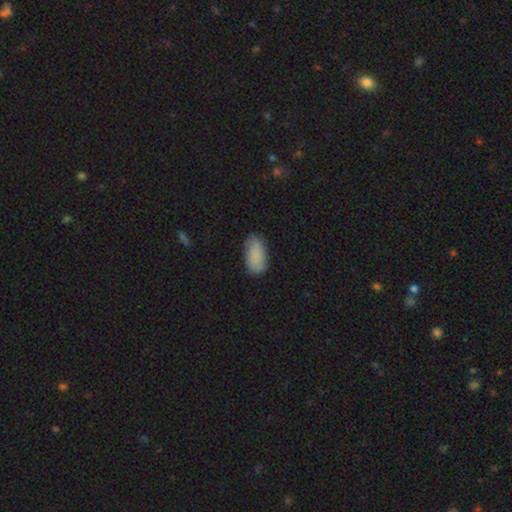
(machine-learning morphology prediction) Smooth or featured? Predicted: smooth (p=0.87). How rounded? Predicted: in between (p=0.93). Merging? Predicted: none (p=0.79).